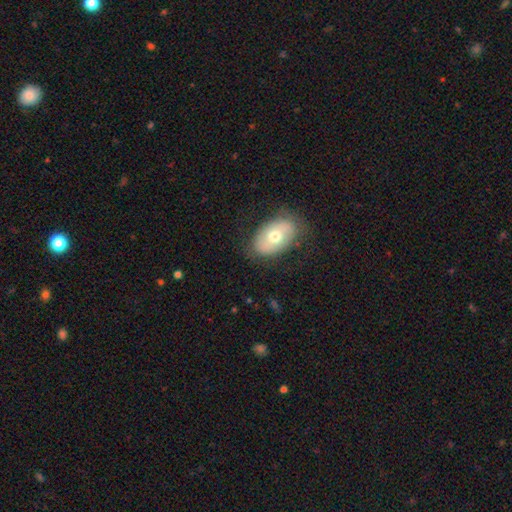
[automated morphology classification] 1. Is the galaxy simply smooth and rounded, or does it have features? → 54% smooth, 30% featured or disk, 16% star or artifact.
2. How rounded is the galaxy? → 88% in between, 10% round, 3% cigar-shaped.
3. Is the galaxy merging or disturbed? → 84% none, 11% minor disturbance, 4% major disturbance, 1% merger.